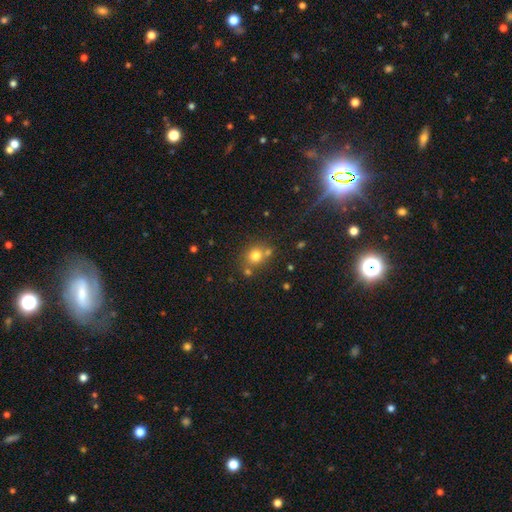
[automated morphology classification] This is likely a smooth galaxy (75%). How rounded: clearly round (83%). Merging: likely none (65%).